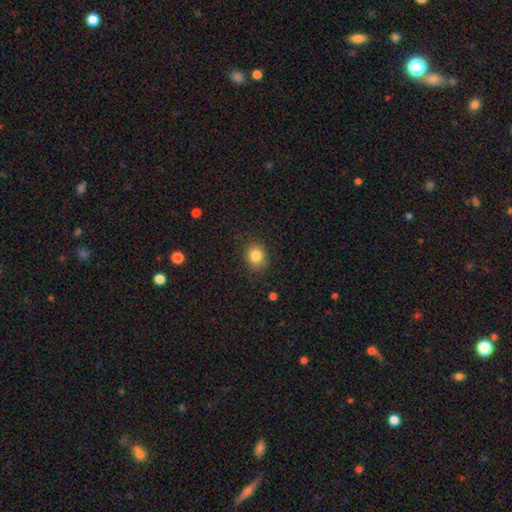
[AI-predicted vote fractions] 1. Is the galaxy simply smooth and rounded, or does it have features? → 84% smooth, 10% star or artifact, 6% featured or disk.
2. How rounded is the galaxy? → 63% round, 36% in between, 1% cigar-shaped.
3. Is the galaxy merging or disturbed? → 85% none, 11% minor disturbance, 3% major disturbance, 1% merger.